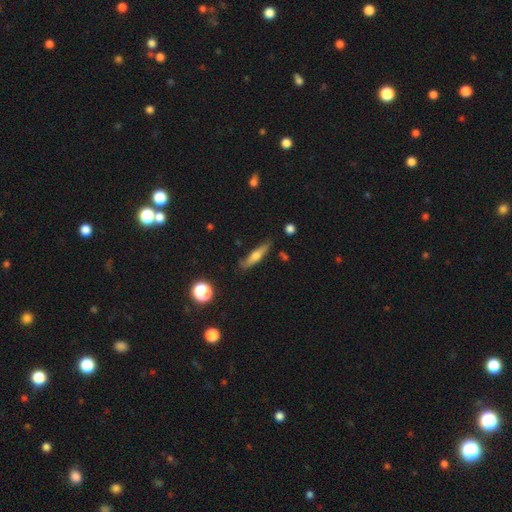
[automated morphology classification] This is possibly a smooth galaxy (49%). Merging: likely none (80%).